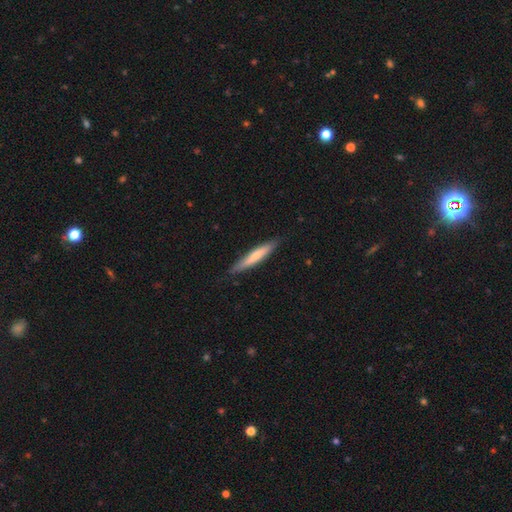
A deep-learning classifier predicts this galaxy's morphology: Smooth or featured?
  - smooth: 65% *
  - featured or disk: 30%
  - star or artifact: 5%
How rounded?
  - cigar-shaped: 92% *
  - in between: 7%
  - round: 1%
Merging?
  - none: 83% *
  - minor disturbance: 14%
  - major disturbance: 2%
  - merger: 1%